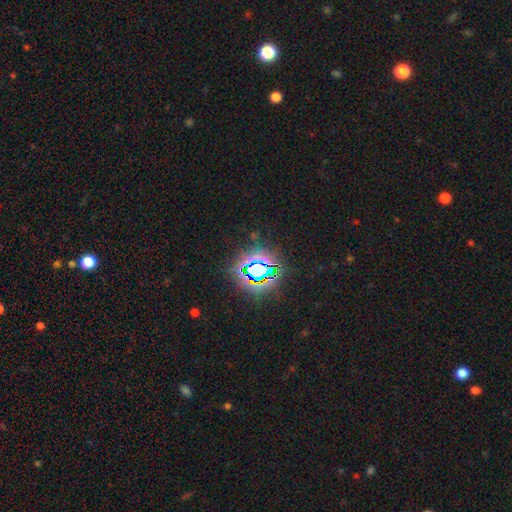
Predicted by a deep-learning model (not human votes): The model was most divided on "smooth or featured": star or artifact: 80%, smooth: 12%, featured or disk: 8%.